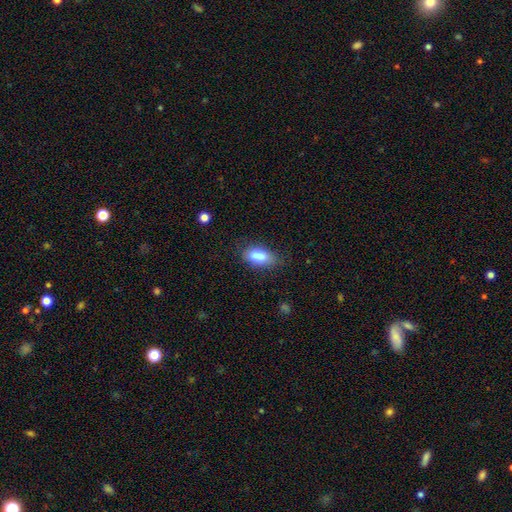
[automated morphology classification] Q: Smooth or featured?
A: smooth (85%); runner-up: featured or disk (7%)
Q: How rounded?
A: in between (88%); runner-up: cigar-shaped (9%)
Q: Merging?
A: none (75%); runner-up: minor disturbance (18%)